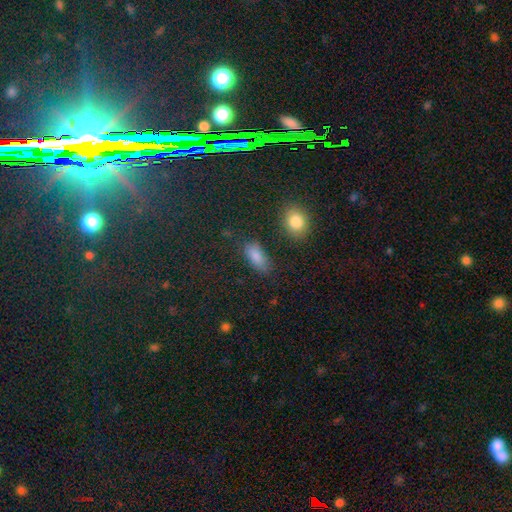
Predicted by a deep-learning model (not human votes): This is clearly a smooth galaxy (82%). How rounded: clearly in between (80%). Merging: likely none (77%).